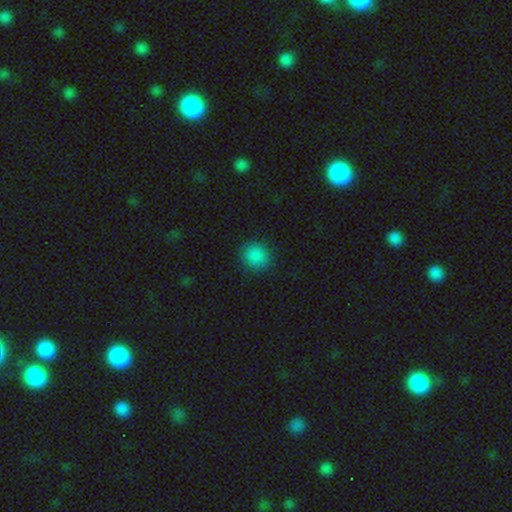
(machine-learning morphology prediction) Smooth or featured? Predicted: smooth (p=0.86). How rounded? Predicted: round (p=0.85). Merging? Predicted: none (p=0.89).